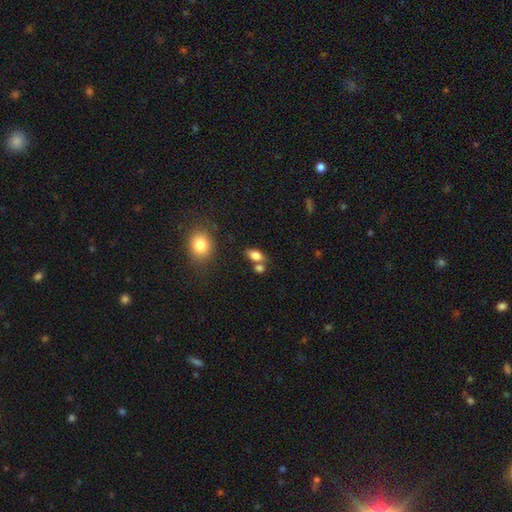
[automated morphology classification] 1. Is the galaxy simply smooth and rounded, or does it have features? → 79% smooth, 12% featured or disk, 9% star or artifact.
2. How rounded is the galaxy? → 84% in between, 10% round, 6% cigar-shaped.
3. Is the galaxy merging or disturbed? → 59% none, 25% merger, 12% minor disturbance, 4% major disturbance.